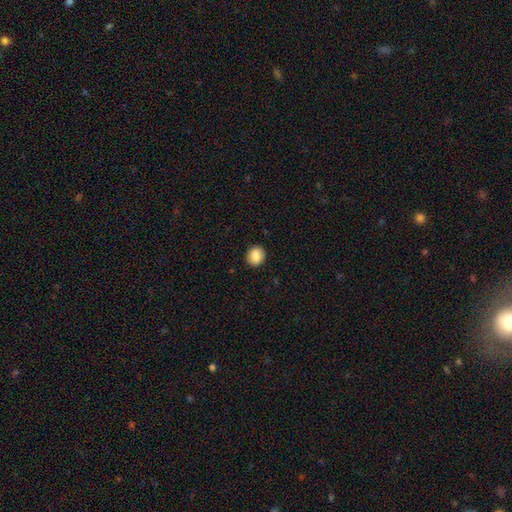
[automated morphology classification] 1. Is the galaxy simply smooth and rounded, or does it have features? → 87% smooth, 8% star or artifact, 4% featured or disk.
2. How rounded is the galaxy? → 76% round, 23% in between, 1% cigar-shaped.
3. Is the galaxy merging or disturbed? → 92% none, 6% minor disturbance, 2% major disturbance, 1% merger.